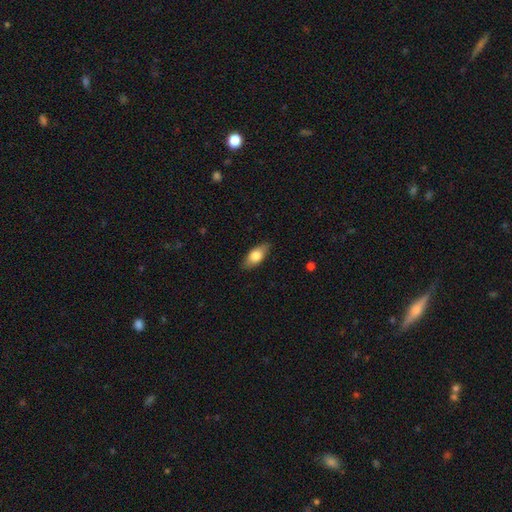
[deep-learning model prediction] Smooth or featured? Predicted: smooth (p=0.74). How rounded? Predicted: in between (p=0.85). Merging? Predicted: none (p=0.85).